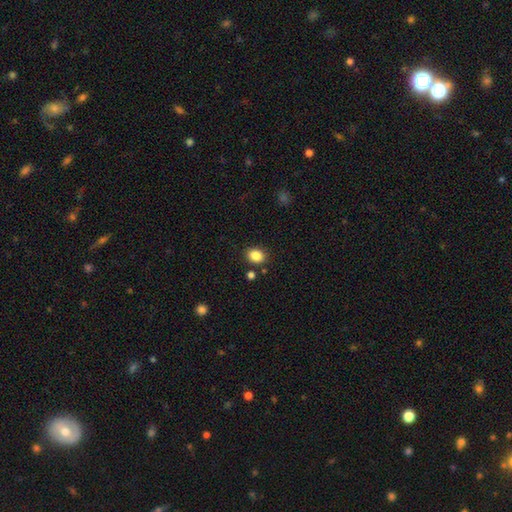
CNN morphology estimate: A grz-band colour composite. It shows a smooth galaxy with no disk features (86%) that is in between round and cigar-shaped (56%). Merging: none (83%).